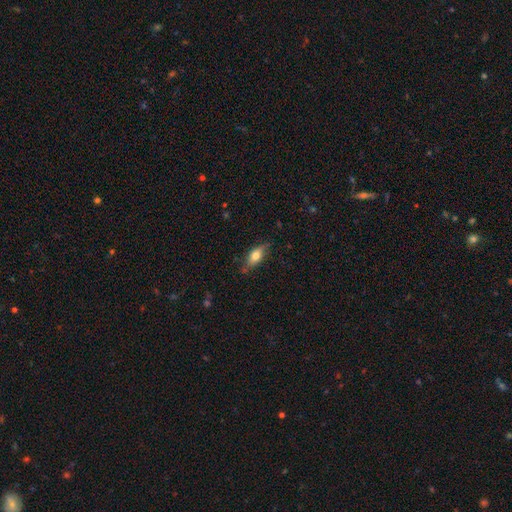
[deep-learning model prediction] Smooth or featured? smooth (69%)
How rounded? in between (76%)
Merging? none (74%)